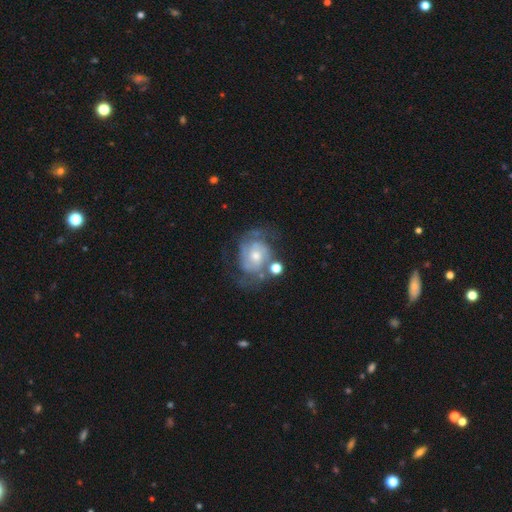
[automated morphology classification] Q: Smooth or featured?
A: featured or disk (78%); runner-up: smooth (15%)
Q: Edge-on disk?
A: no (98%); runner-up: yes (2%)
Q: Bar?
A: no (67%); runner-up: weak (28%)
Q: Spiral arms?
A: yes (90%); runner-up: no (10%)
Q: Spiral winding?
A: tight (45%); runner-up: medium (41%)
Q: Spiral arm count?
A: 2 (49%); runner-up: can't tell (26%)
Q: Bulge size?
A: small (47%); tied with: moderate (47%)
Q: Merging?
A: none (53%); runner-up: minor disturbance (21%)